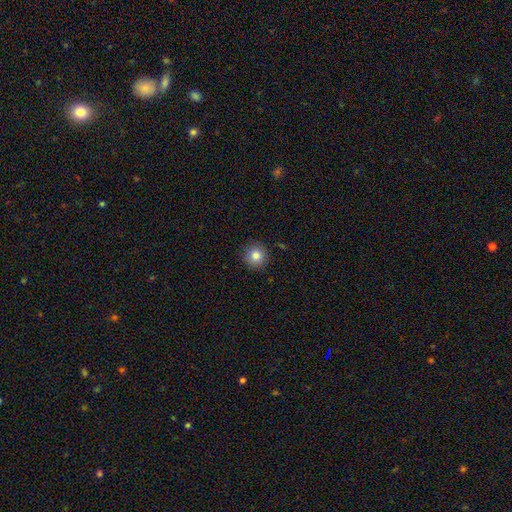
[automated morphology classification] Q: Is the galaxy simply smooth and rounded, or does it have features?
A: smooth — 83%.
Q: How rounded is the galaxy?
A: round — 95%.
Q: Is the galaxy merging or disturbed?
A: none — 90%.